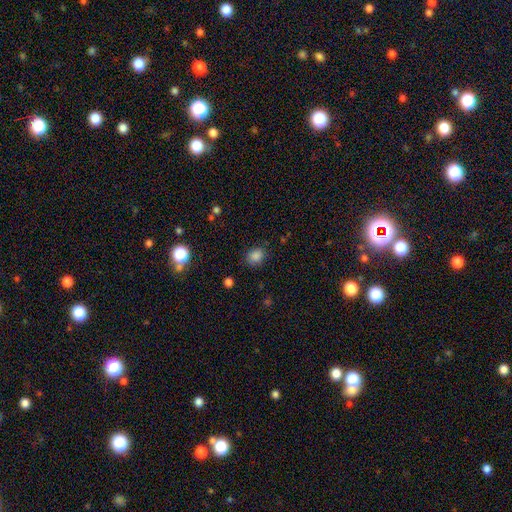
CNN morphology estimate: The model was most divided on "how rounded": round: 59%, in between: 40%, cigar-shaped: 1%. More confident: smooth or featured — smooth (83%); merging — none (83%).